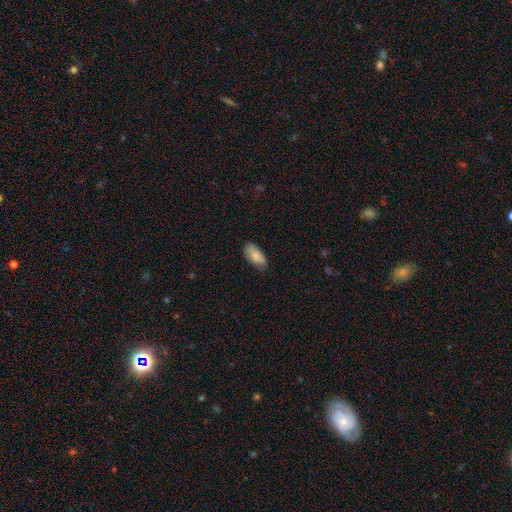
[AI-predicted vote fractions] Smooth or featured? smooth (85%)
How rounded? in between (89%)
Merging? none (72%)